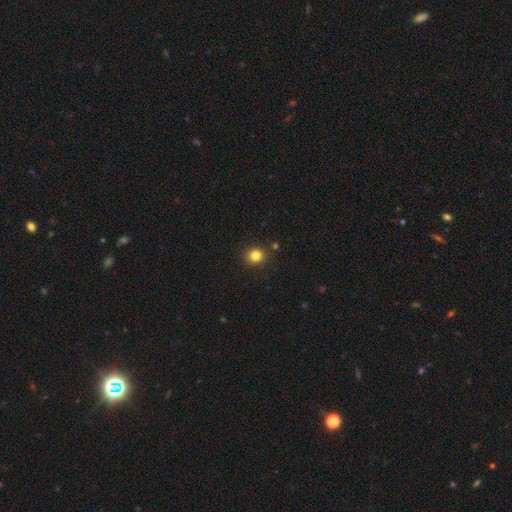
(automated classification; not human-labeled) Morphology: type=smooth (83%); roundness=round (84%); merging=none (89%).